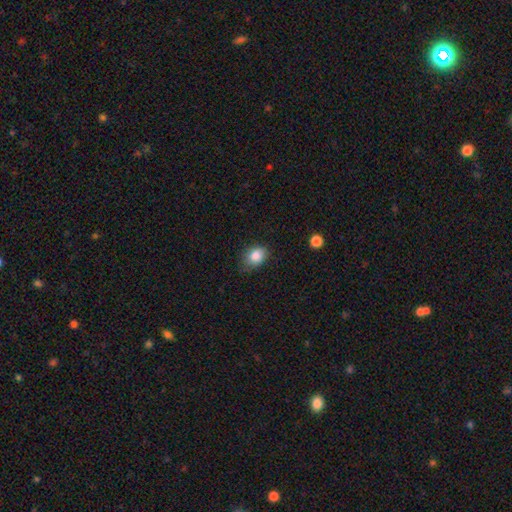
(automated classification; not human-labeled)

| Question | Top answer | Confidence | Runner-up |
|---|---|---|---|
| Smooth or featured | smooth | 85% | star or artifact (9%) |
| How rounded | in between | 66% | round (33%) |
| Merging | none | 66% | minor disturbance (27%) |